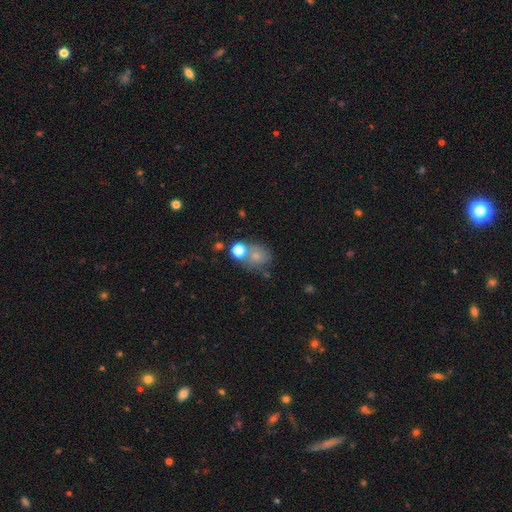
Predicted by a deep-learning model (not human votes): A smooth galaxy with no disk features (71%) that is round (72%). Merging: none (50%).